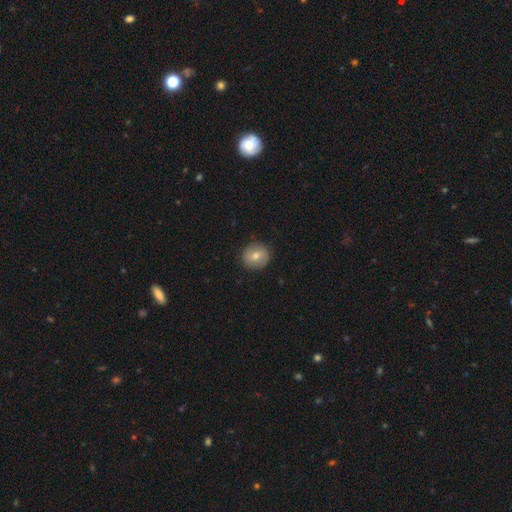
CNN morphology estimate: A smooth galaxy with no disk features (67%) that is round (83%).

Vote fractions:
- Smooth or featured? smooth: 67% / featured or disk: 23% / star or artifact: 10%
- How rounded? round: 83% / in between: 16% / cigar-shaped: 1%
- Merging? none: 89% / minor disturbance: 8% / major disturbance: 2% / merger: 1%